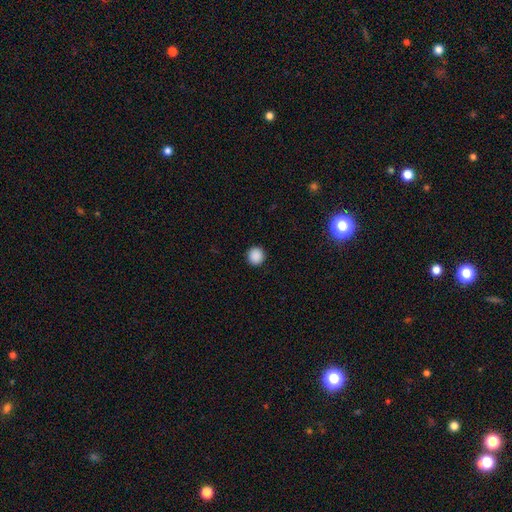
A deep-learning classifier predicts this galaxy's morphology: smooth-or-featured: smooth: 89% | star or artifact: 9% | featured or disk: 2%
  how-rounded: round: 94% | in between: 5% | cigar-shaped: 1%
  merging: none: 93% | minor disturbance: 5% | major disturbance: 2% | merger: 1%